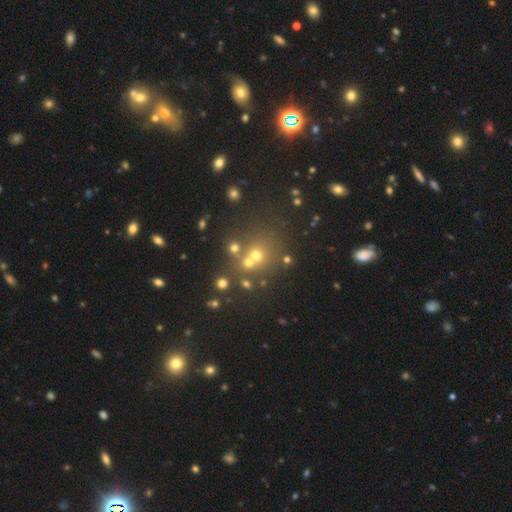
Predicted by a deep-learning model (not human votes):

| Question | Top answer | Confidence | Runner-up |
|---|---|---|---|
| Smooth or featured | smooth | 54% | star or artifact (31%) |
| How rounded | round | 84% | in between (15%) |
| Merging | none | 60% | merger (25%) |